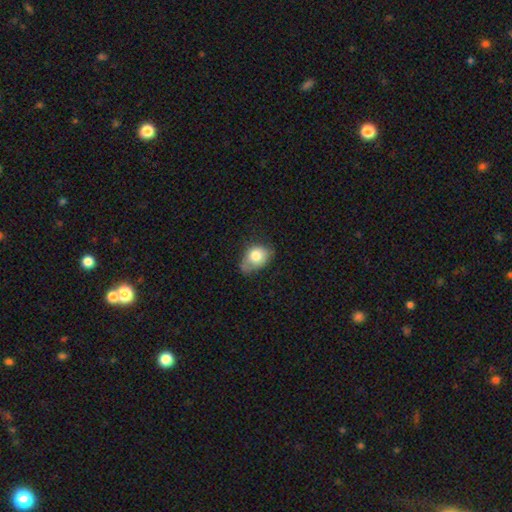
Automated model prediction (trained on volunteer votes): Smooth or featured? smooth (77%)
How rounded? in between (68%)
Merging? minor disturbance (43%)